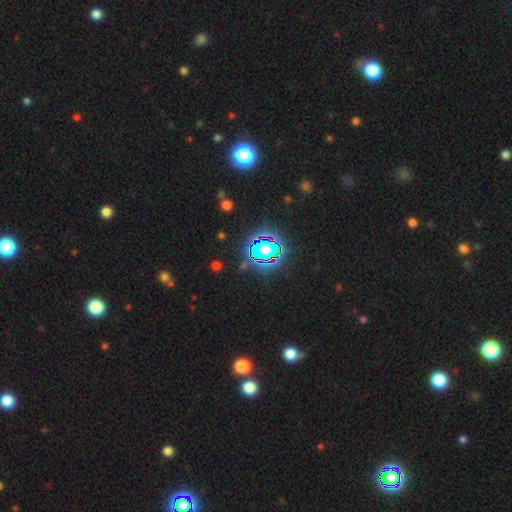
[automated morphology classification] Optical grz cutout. It shows a star or artifact, not a galaxy (81%).